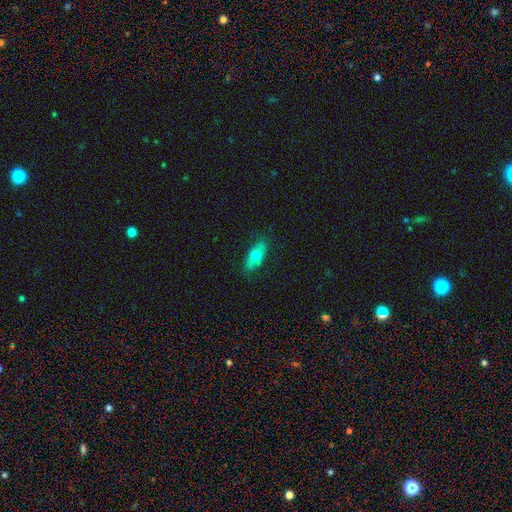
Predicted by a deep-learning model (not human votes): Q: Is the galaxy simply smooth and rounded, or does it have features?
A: smooth — 65%.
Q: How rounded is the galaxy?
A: in between — 78%.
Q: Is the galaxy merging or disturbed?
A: none — 80%.